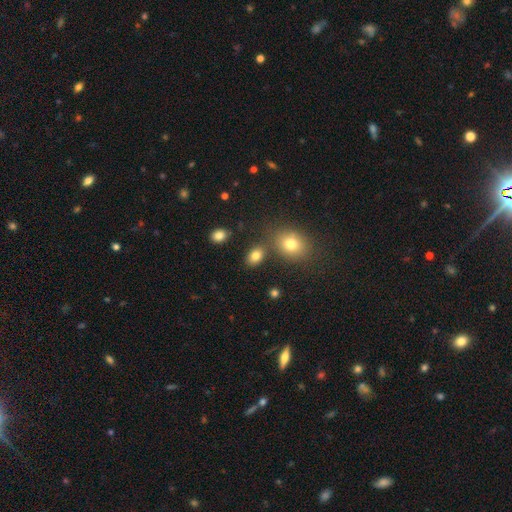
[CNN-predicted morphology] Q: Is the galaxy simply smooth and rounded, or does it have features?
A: smooth — 81%.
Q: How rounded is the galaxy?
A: in between — 80%.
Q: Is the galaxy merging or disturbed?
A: none — 76%.